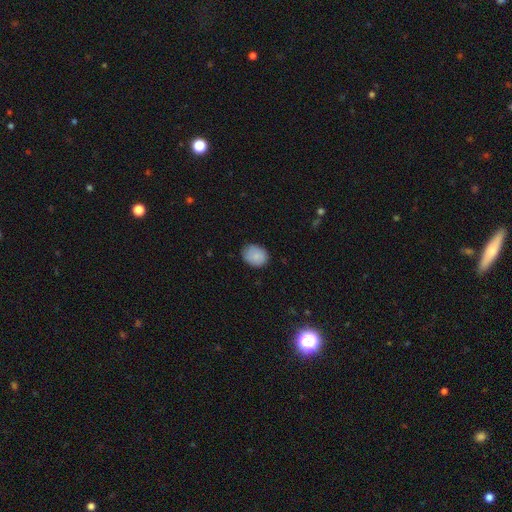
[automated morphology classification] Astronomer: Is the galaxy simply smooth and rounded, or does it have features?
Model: smooth — 85%.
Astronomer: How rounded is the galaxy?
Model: round — 50% (runner-up: in between, 49%).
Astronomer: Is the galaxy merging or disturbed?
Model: none — 78%.